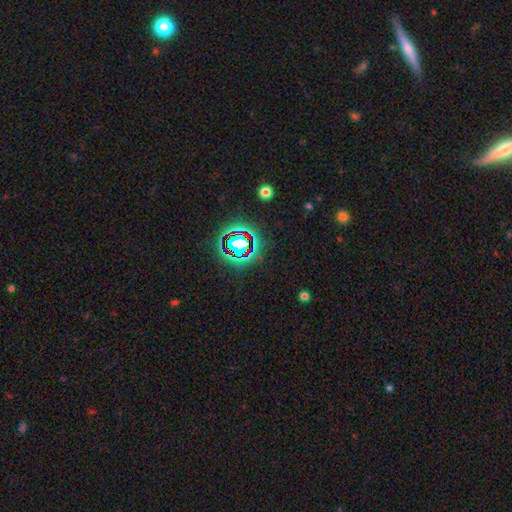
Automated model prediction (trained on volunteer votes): Smooth or featured: star or artifact — 74% (smooth — 14%)